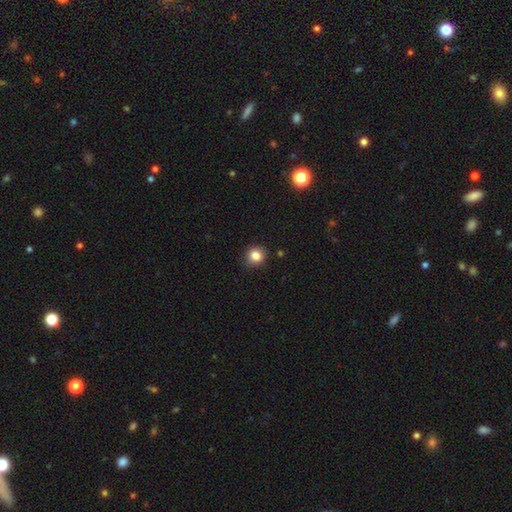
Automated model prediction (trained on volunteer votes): Smooth or featured: smooth — 83% (star or artifact — 12%)
How rounded: round — 87% (in between — 12%)
Merging: none — 88% (minor disturbance — 9%)